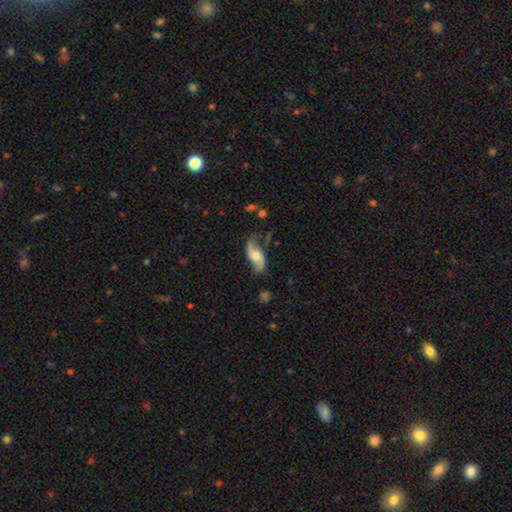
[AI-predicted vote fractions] Smooth or featured? featured or disk (71%)
Edge-on disk? no (93%)
Bar? no (57%)
Spiral arms? yes (92%)
Spiral winding? loose (69%)
Spiral arm count? 2 (90%)
Bulge size? moderate (47%)
Merging? none (63%)